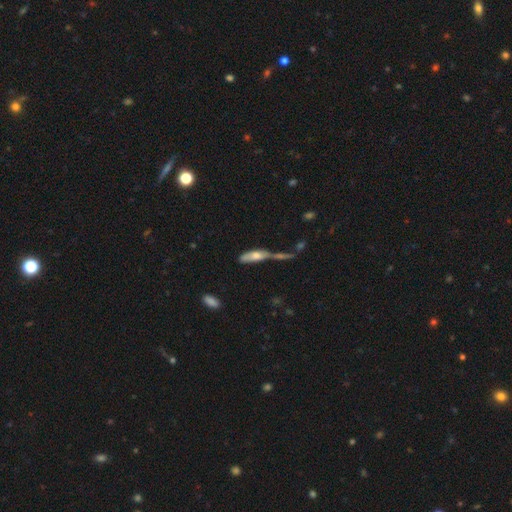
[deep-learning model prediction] A smooth galaxy with no disk features (60%) that is cigar-shaped (54%). Merging: merger (48%).